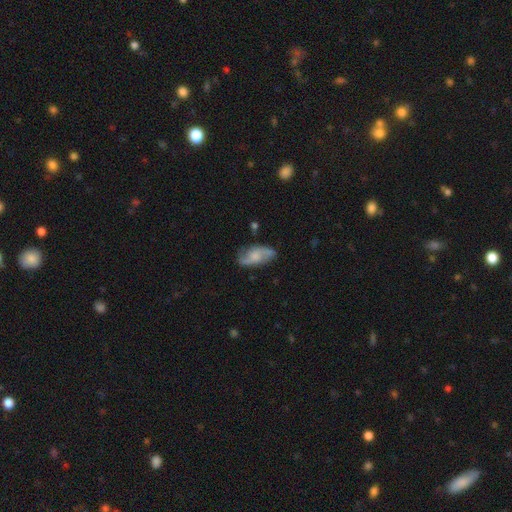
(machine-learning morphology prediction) featured or disk 60%, smooth 33%, star or artifact 7%. Down the decision tree: edge-on disk — no (92%); bar — no (63%); spiral arms — yes (88%); bulge size — moderate (38%); merging — none (72%).